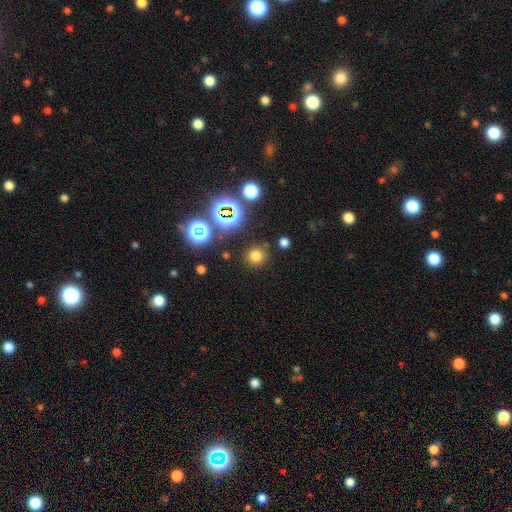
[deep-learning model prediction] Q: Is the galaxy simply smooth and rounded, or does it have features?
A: smooth — 71%.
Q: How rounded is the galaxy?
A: round — 90%.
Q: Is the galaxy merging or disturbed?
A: none — 86%.